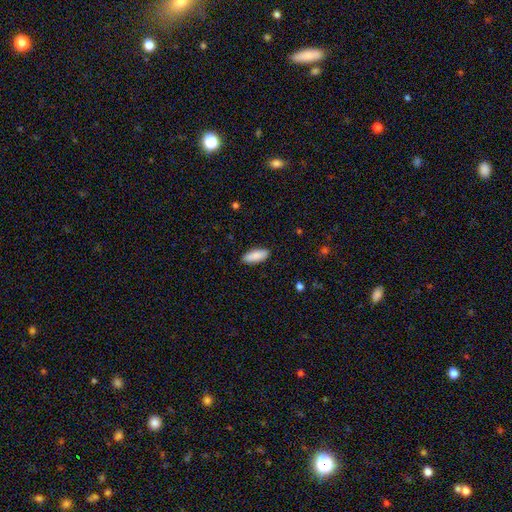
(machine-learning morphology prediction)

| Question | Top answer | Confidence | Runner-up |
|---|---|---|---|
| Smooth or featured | smooth | 89% | star or artifact (6%) |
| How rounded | in between | 74% | cigar-shaped (24%) |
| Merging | none | 90% | minor disturbance (7%) |